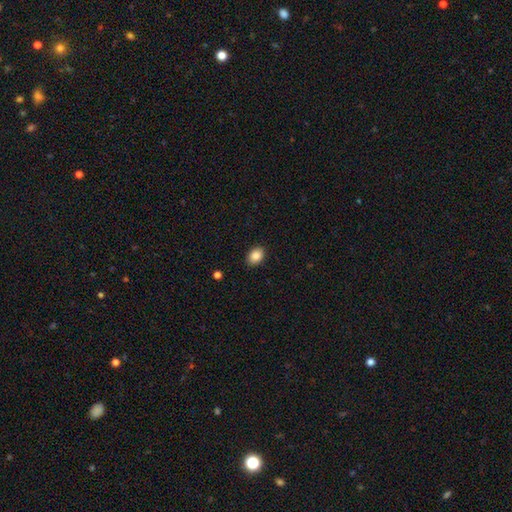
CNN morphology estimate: type=smooth (87%); roundness=in between (73%); merging=none (90%).